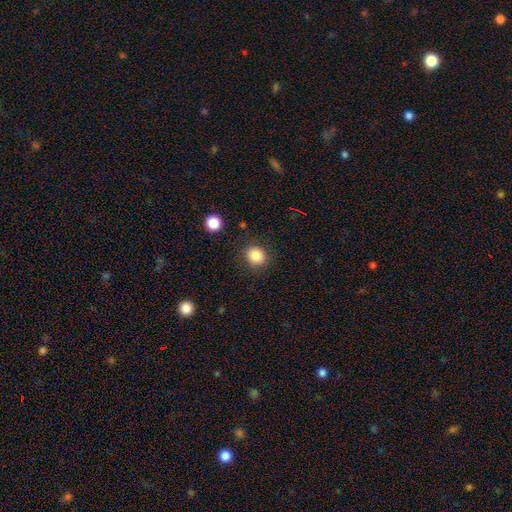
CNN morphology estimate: The model was most divided on "how rounded": round: 76%, in between: 23%, cigar-shaped: 1%. More confident: merging — none (85%); smooth or featured — smooth (85%).